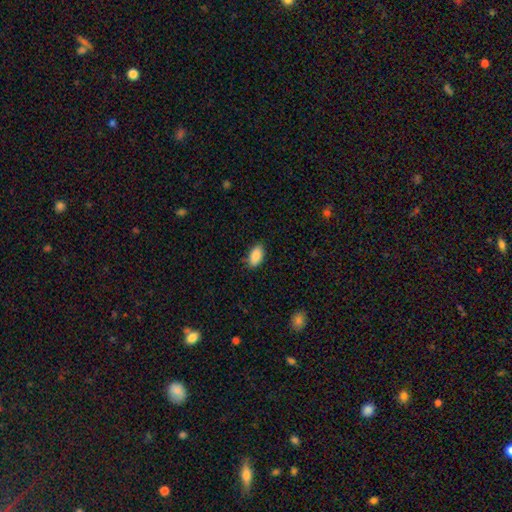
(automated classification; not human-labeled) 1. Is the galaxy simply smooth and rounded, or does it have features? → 89% smooth, 7% star or artifact, 5% featured or disk.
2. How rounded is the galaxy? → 94% in between, 3% round, 3% cigar-shaped.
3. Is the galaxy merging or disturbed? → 84% none, 13% minor disturbance, 2% major disturbance, 1% merger.